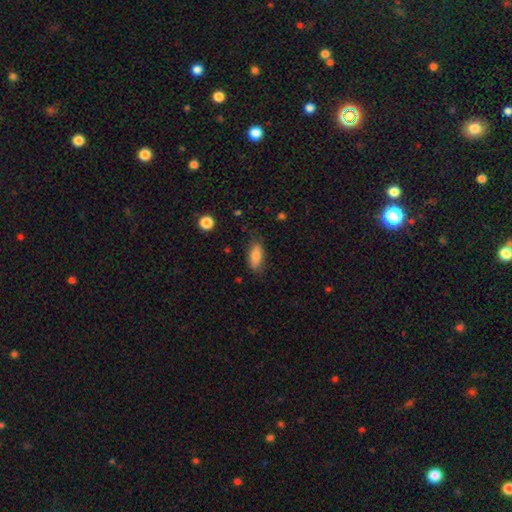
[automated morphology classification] Q: Smooth or featured?
A: smooth (78%); runner-up: featured or disk (15%)
Q: How rounded?
A: in between (77%); runner-up: cigar-shaped (20%)
Q: Merging?
A: none (78%); runner-up: minor disturbance (17%)